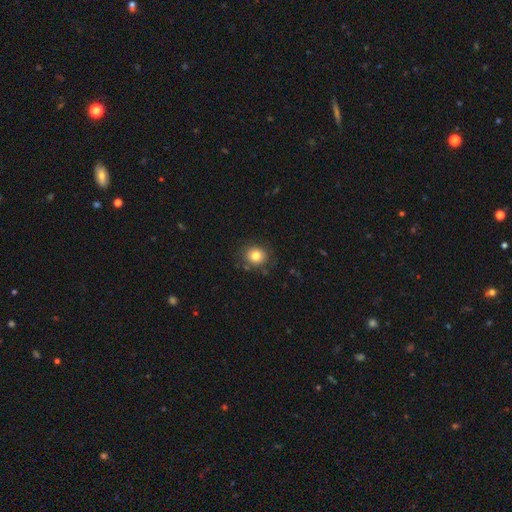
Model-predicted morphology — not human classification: smooth 81%, star or artifact 11%, featured or disk 8%. Down the decision tree: how rounded — round (82%); merging — none (85%).